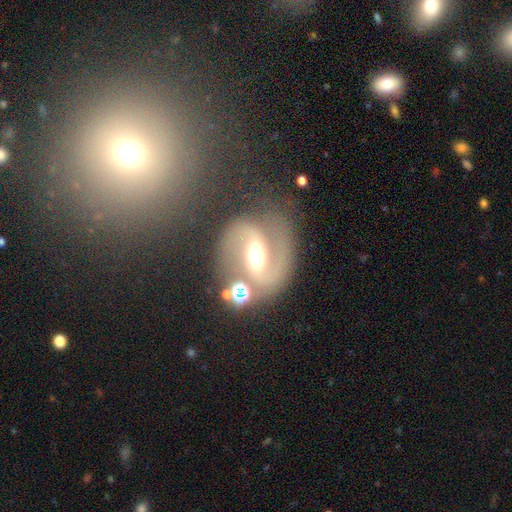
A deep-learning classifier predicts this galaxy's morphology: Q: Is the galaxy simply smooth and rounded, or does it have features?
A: featured or disk — 86%.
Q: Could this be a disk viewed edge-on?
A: no — 97%.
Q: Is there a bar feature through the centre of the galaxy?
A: strong — 45%.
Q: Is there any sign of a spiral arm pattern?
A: yes — 95%.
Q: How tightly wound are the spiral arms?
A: medium — 57%.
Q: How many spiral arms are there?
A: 2 — 91%.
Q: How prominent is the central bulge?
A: moderate — 67%.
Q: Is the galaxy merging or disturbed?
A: none — 67%.